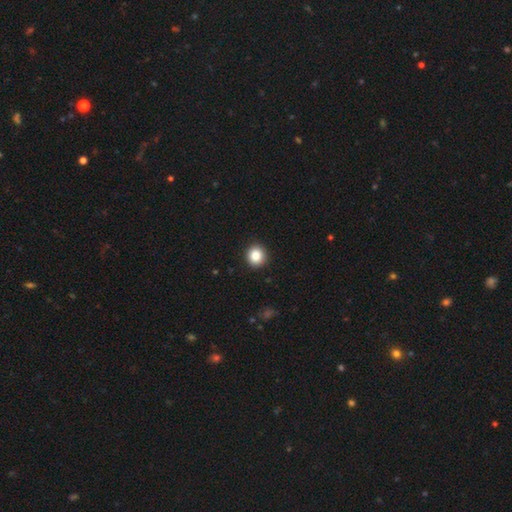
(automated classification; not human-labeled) A smooth galaxy with no disk features (87%) that is round (88%). Merging: none (92%).